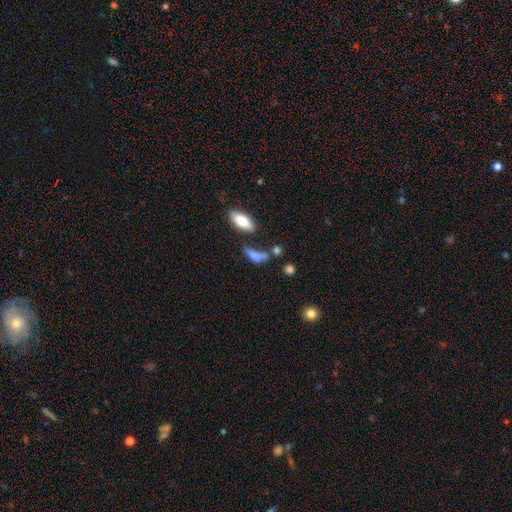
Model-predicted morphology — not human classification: A smooth galaxy with no disk features (69%) that is in between round and cigar-shaped (60%). Merging: none (35%).